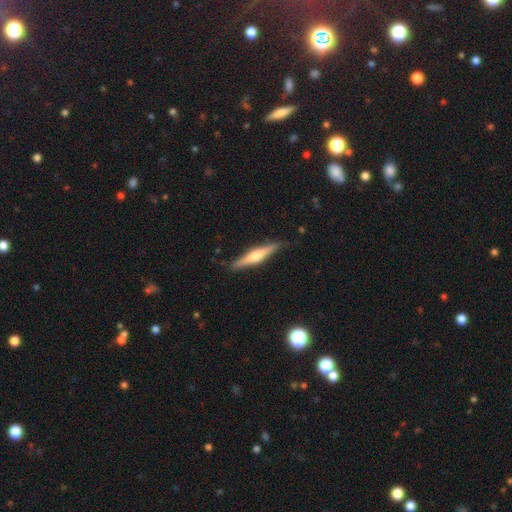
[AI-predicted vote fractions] Smooth or featured?
  - featured or disk: 61% *
  - smooth: 33%
  - star or artifact: 6%
Edge-on disk?
  - yes: 97% *
  - no: 3%
Edge-on bulge?
  - rounded: 85% *
  - boxy: 8%
  - none: 6%
Merging?
  - none: 87% *
  - minor disturbance: 10%
  - major disturbance: 2%
  - merger: 1%